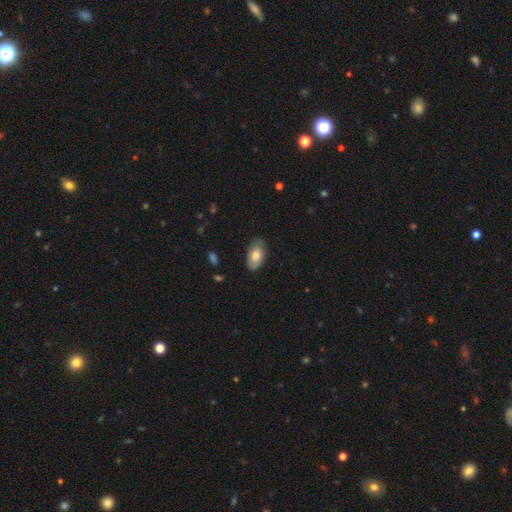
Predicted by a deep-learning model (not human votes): smooth_or_featured: smooth (p=0.73) [alt: featured or disk p=0.21]
how_rounded: in between (p=0.93) [alt: round p=0.05]
merging: none (p=0.76) [alt: minor disturbance p=0.20]